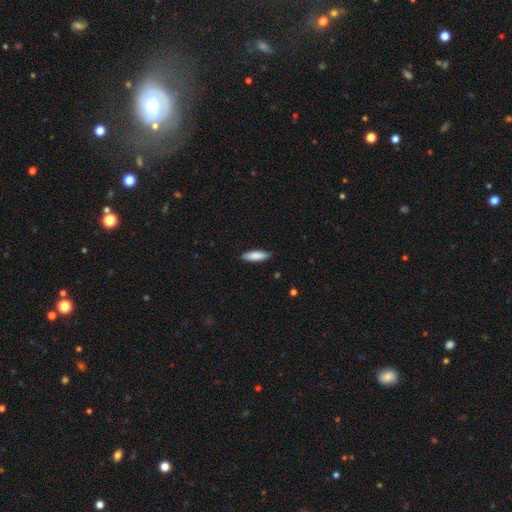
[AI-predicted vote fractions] Smooth or featured? Predicted: smooth (p=0.85). How rounded? Predicted: cigar-shaped (p=0.62). Merging? Predicted: none (p=0.87).